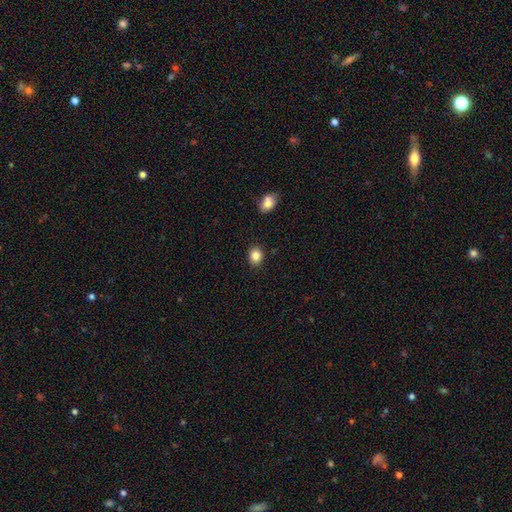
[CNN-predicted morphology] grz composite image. It shows a smooth galaxy with no disk features (85%) that is round (55%). Merging: none (88%).